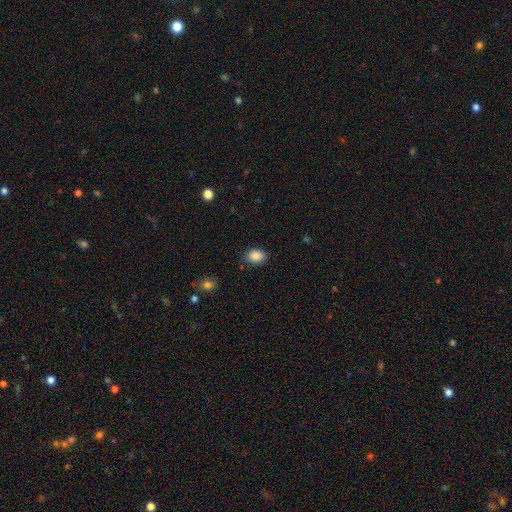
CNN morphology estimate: This appears to be a smooth galaxy with no disk features (88%) that is in between round and cigar-shaped (71%). Merging: none (83%).